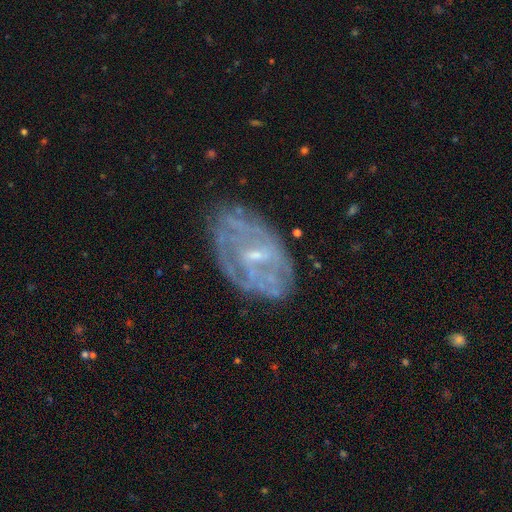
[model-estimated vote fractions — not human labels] Q: Smooth or featured?
A: featured or disk (73%); runner-up: smooth (18%)
Q: Edge-on disk?
A: no (95%); runner-up: yes (5%)
Q: Bar?
A: weak (51%); runner-up: no (34%)
Q: Spiral arms?
A: yes (59%); runner-up: no (41%)
Q: Bulge size?
A: small (67%); runner-up: moderate (22%)
Q: Merging?
A: none (66%); runner-up: minor disturbance (21%)